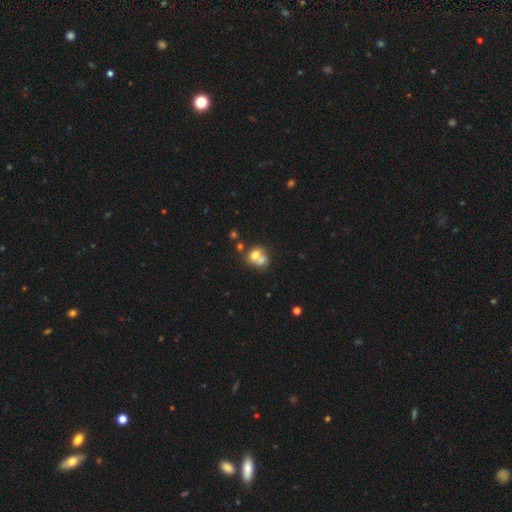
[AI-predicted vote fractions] A smooth galaxy with no disk features (66%) that is round (61%). Merging: merger (63%).